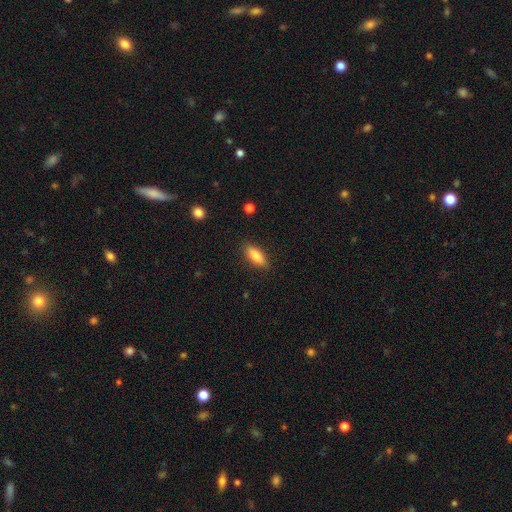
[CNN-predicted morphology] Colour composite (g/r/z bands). It shows a smooth galaxy with no disk features (80%) that is in between round and cigar-shaped (68%). Merging: none (87%).